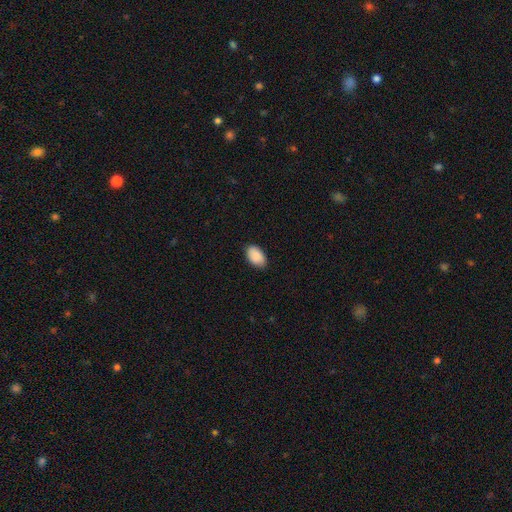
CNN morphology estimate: type=smooth (90%); roundness=in between (93%); merging=none (84%).